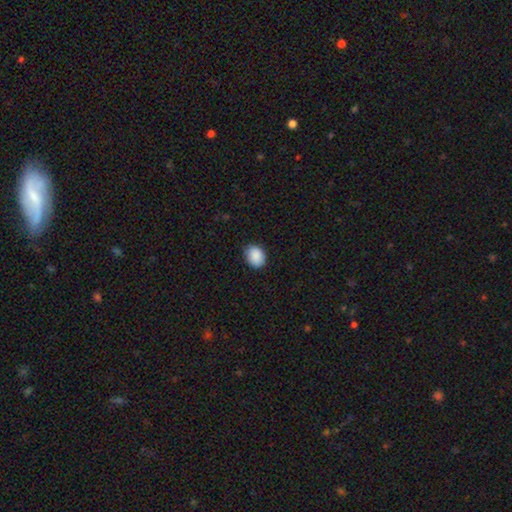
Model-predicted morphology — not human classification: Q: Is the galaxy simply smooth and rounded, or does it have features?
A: smooth — 90%.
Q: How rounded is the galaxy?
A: in between — 63%.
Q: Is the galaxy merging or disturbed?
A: none — 84%.